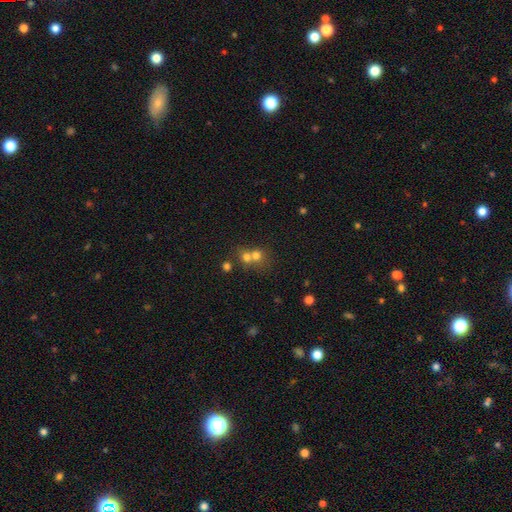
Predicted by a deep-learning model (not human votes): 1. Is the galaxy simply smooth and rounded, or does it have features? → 67% smooth, 16% featured or disk, 16% star or artifact.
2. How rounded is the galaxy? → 79% round, 20% in between, 1% cigar-shaped.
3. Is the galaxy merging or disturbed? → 61% merger, 31% none, 5% minor disturbance, 3% major disturbance.